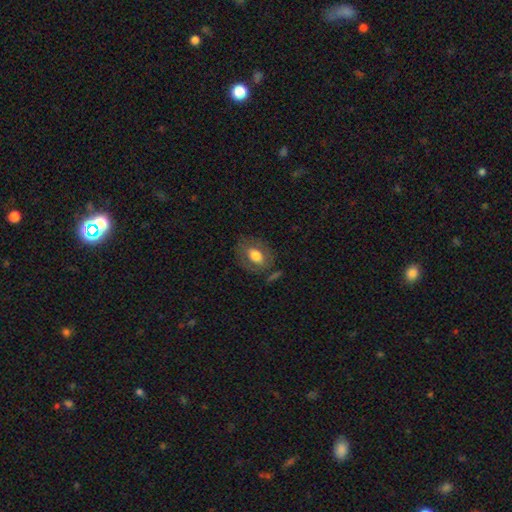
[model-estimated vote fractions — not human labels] Morphology: type=smooth (62%); roundness=in between (73%); merging=none (71%).